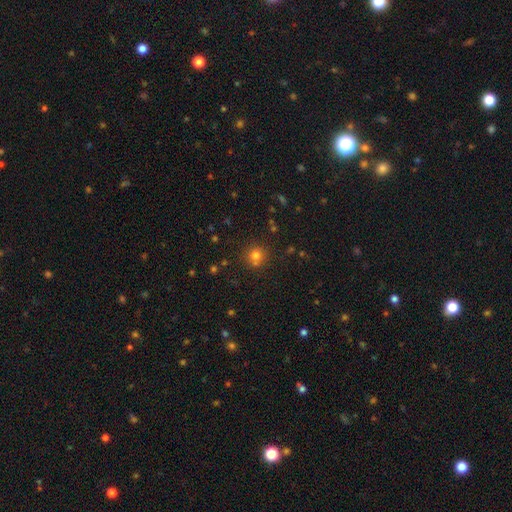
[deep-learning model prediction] This appears to be a smooth galaxy with no disk features (73%) that is round (90%). Merging: none (71%).